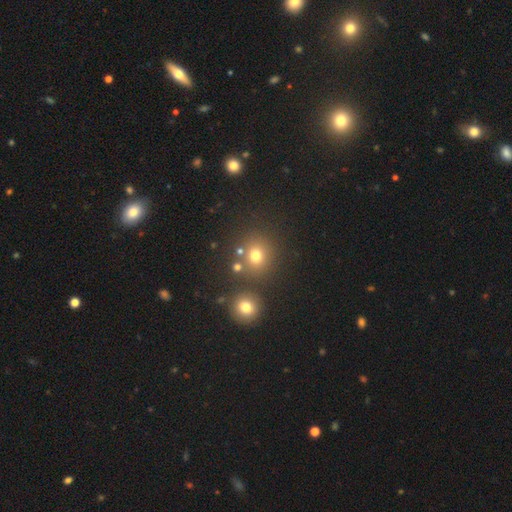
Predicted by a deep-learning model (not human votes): Q: Smooth or featured?
A: smooth (72%); runner-up: star or artifact (20%)
Q: How rounded?
A: round (85%); runner-up: in between (14%)
Q: Merging?
A: none (74%); runner-up: merger (13%)